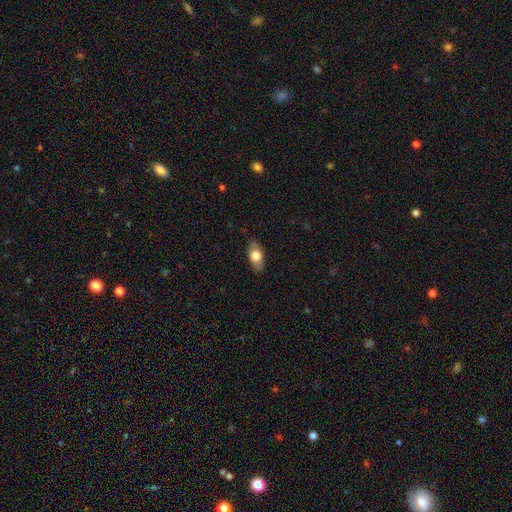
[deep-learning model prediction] Smooth or featured: smooth — 72% (featured or disk — 22%)
How rounded: in between — 88% (round — 6%)
Merging: none — 85% (minor disturbance — 12%)